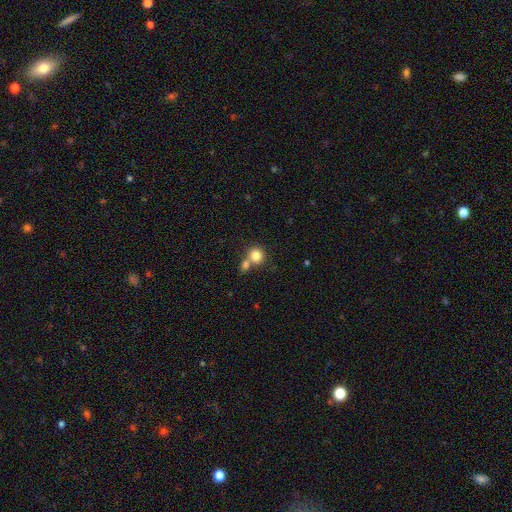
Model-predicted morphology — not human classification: smooth-or-featured: smooth: 82% | star or artifact: 10% | featured or disk: 8%
  how-rounded: round: 85% | in between: 14% | cigar-shaped: 1%
  merging: none: 47% | merger: 42% | minor disturbance: 8% | major disturbance: 3%